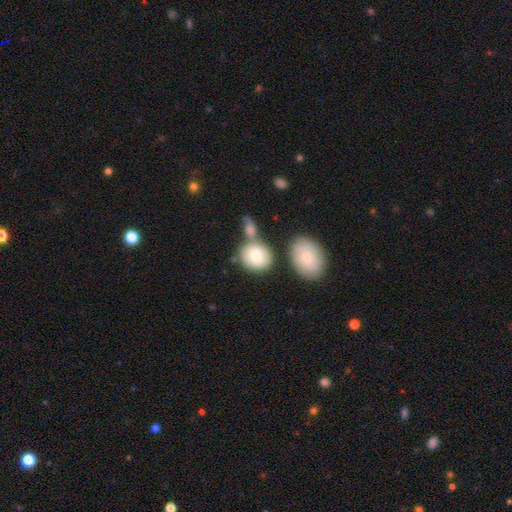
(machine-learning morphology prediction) This is likely a smooth galaxy (77%). How rounded: likely round (73%). Merging: possibly none (54%).